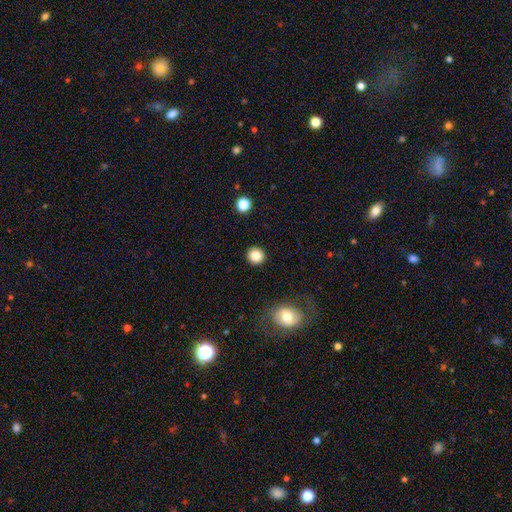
Overall: smooth (95%). How rounded: round (94%). Merging: none (86%).